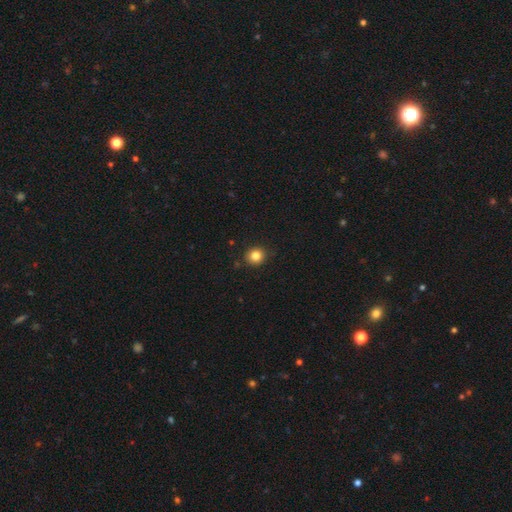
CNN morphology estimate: smooth_or_featured: smooth (p=0.83) [alt: star or artifact p=0.11]
how_rounded: round (p=0.85) [alt: in between p=0.14]
merging: none (p=0.89) [alt: minor disturbance p=0.08]